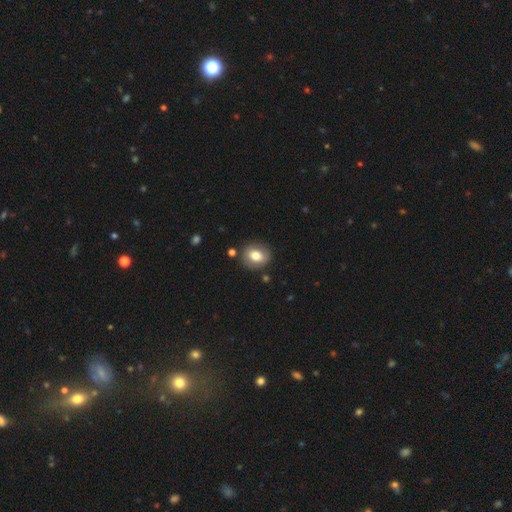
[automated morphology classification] This is likely a smooth galaxy (76%). How rounded: likely round (64%). Merging: clearly none (83%).